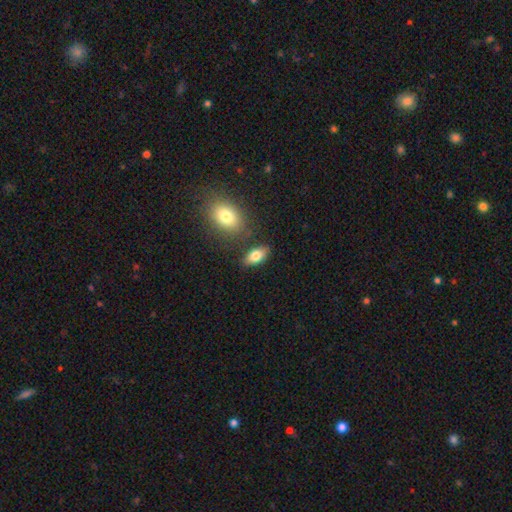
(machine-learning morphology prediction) Overall: smooth (81%). How rounded: in between (91%). Merging: none (77%).